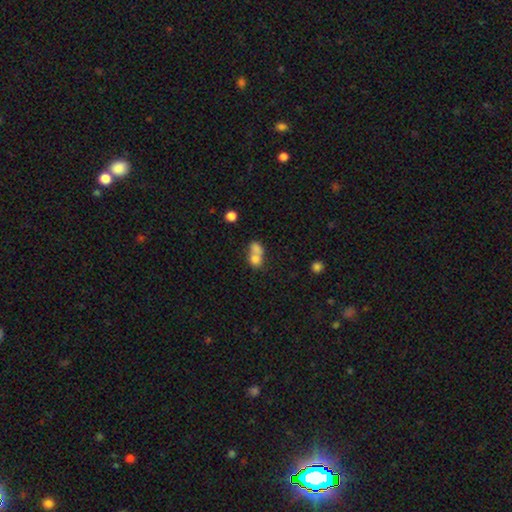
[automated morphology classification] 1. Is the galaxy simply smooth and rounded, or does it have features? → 74% smooth, 15% featured or disk, 10% star or artifact.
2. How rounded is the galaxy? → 53% in between, 45% round, 2% cigar-shaped.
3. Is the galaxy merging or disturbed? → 67% merger, 21% none, 7% minor disturbance, 5% major disturbance.